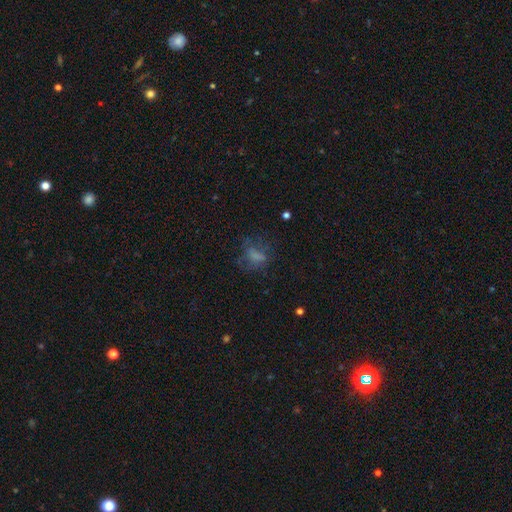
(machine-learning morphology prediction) Smooth or featured?
  - smooth: 55% *
  - featured or disk: 27%
  - star or artifact: 18%
How rounded?
  - in between: 64% *
  - round: 32%
  - cigar-shaped: 4%
Merging?
  - none: 45% *
  - major disturbance: 31%
  - minor disturbance: 21%
  - merger: 3%